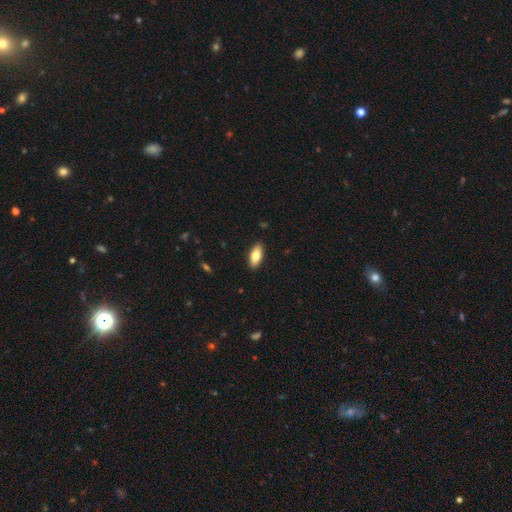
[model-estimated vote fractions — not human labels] This appears to be a smooth galaxy with no disk features (76%) that is in between round and cigar-shaped (84%). Merging: none (90%).